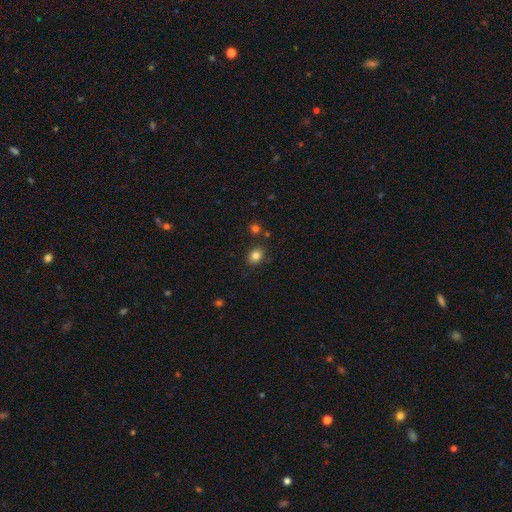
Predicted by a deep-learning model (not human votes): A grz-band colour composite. It shows a smooth galaxy with no disk features (83%) that is round (56%). Merging: none (85%).